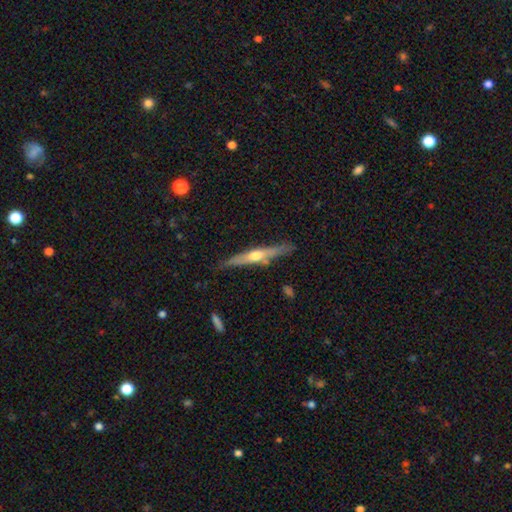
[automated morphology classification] featured or disk 62%, smooth 32%, star or artifact 5%. Down the decision tree: edge-on disk — yes (94%); edge-on bulge — rounded (87%); merging — none (79%).